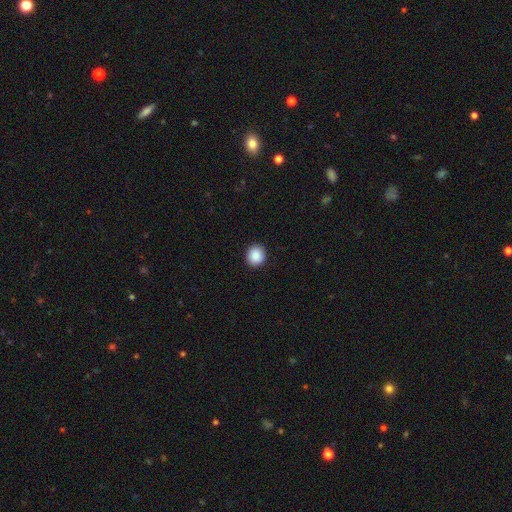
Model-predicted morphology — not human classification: This appears to be a smooth galaxy with no disk features (88%) that is round (88%). Merging: none (92%).